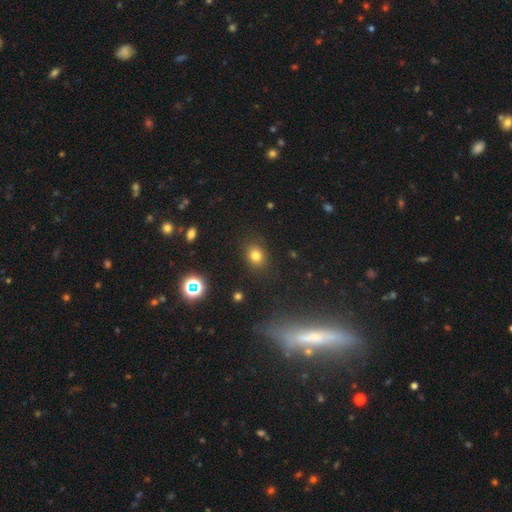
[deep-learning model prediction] This appears to be a smooth galaxy with no disk features (77%) that is round (60%). Merging: none (86%).